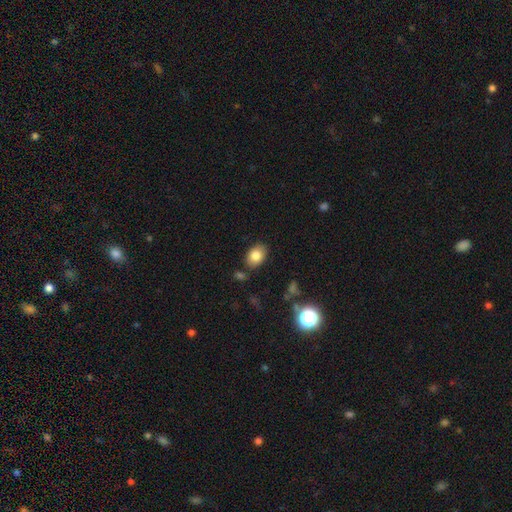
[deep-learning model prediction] A smooth galaxy with no disk features (82%) that is in between round and cigar-shaped (81%). Merging: none (82%).